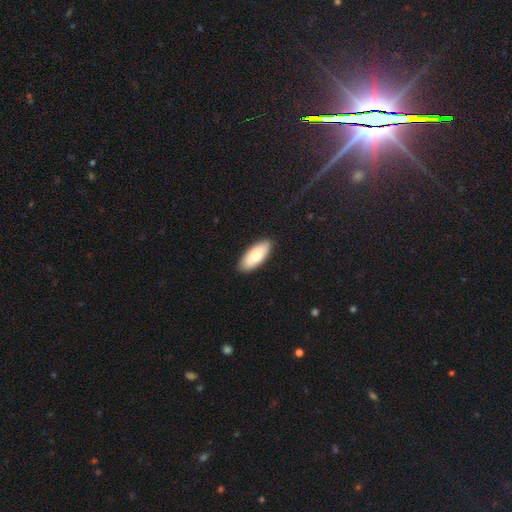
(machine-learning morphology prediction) Smooth or featured? smooth (81%)
How rounded? in between (85%)
Merging? none (90%)